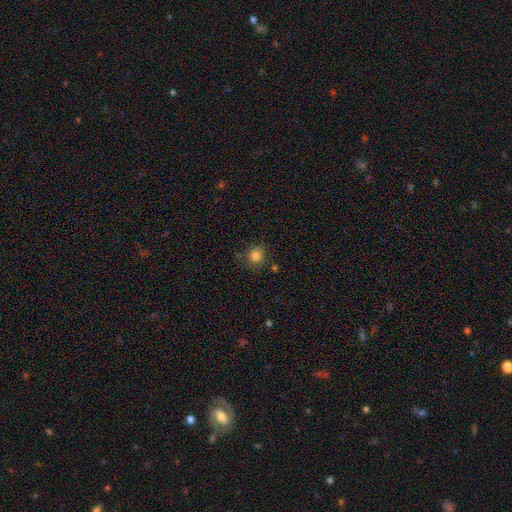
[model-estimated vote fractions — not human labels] Overall: smooth (82%). How rounded: round (87%). Merging: none (83%).